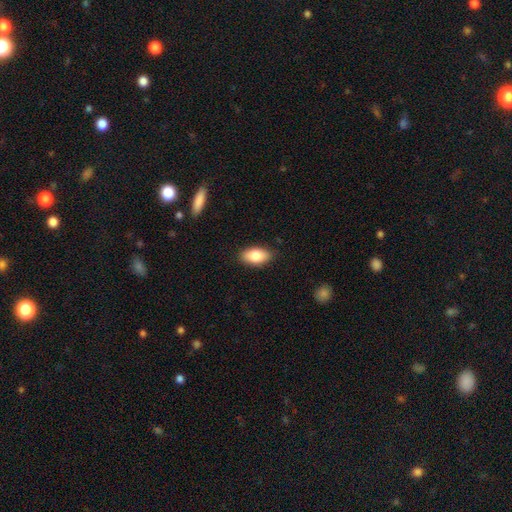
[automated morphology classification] Smooth or featured: smooth — 83% (featured or disk — 11%)
How rounded: in between — 92% (round — 5%)
Merging: none — 87% (minor disturbance — 10%)